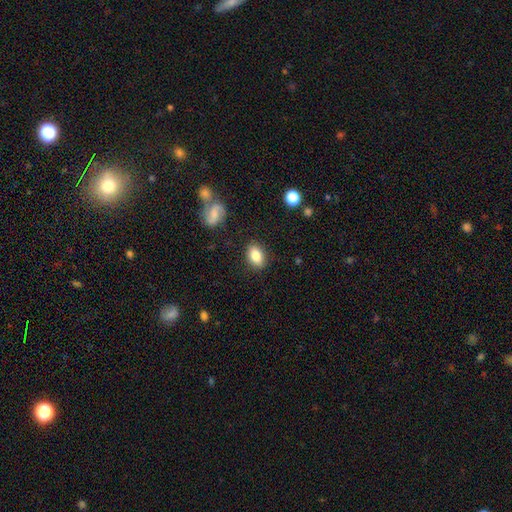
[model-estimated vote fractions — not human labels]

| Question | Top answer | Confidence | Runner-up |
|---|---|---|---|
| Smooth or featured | smooth | 82% | featured or disk (10%) |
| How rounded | in between | 83% | round (15%) |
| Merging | none | 85% | minor disturbance (11%) |